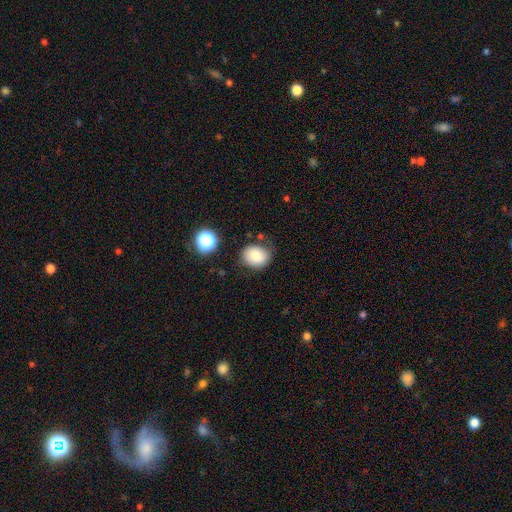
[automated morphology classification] Smooth or featured? smooth (80%)
How rounded? round (57%)
Merging? none (72%)